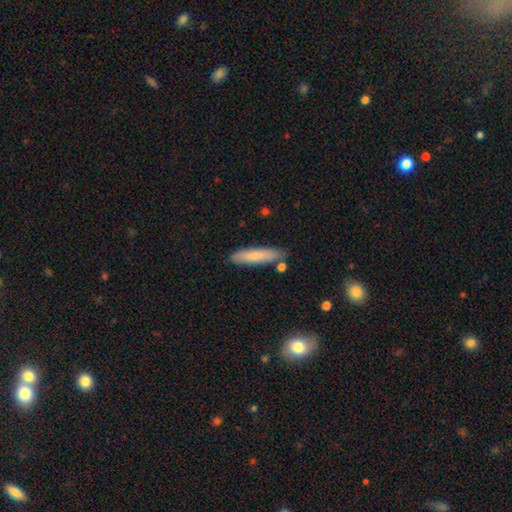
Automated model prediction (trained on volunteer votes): Smooth or featured? smooth (79%)
How rounded? cigar-shaped (83%)
Merging? none (82%)